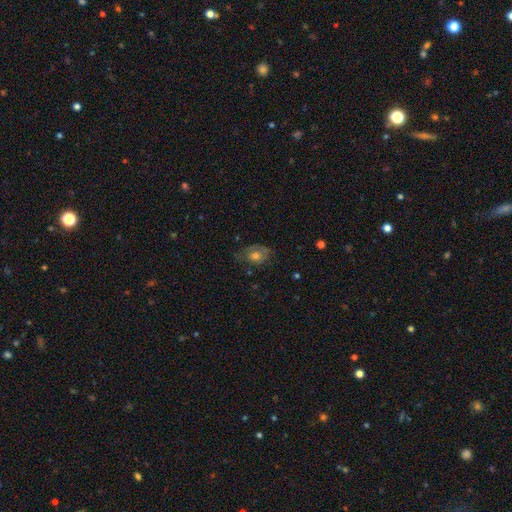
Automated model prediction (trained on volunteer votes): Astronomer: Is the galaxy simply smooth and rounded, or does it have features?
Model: smooth — 49% (runner-up: featured or disk, 37%).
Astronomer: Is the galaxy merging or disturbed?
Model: none — 59%.